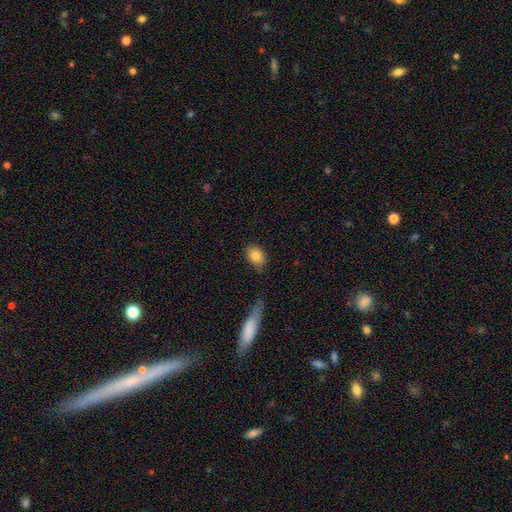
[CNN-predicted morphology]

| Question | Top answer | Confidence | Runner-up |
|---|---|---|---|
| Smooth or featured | smooth | 85% | star or artifact (8%) |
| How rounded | in between | 66% | round (32%) |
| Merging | none | 75% | minor disturbance (17%) |